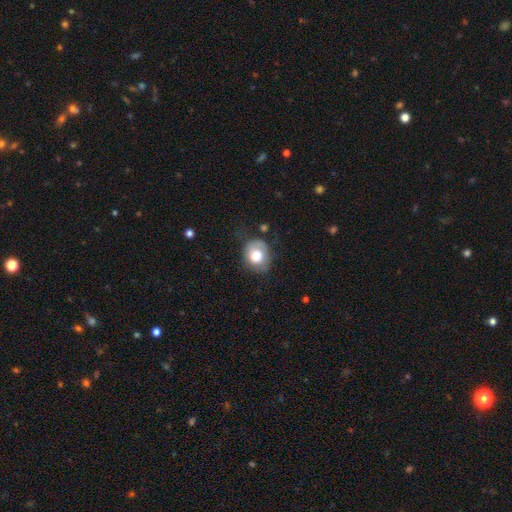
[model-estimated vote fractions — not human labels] Morphology: type=smooth (73%); roundness=round (66%); merging=none (59%).